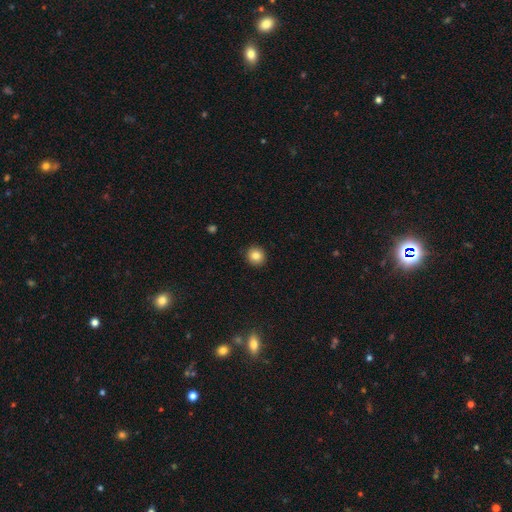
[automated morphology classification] type=smooth (83%); roundness=round (89%); merging=none (92%).